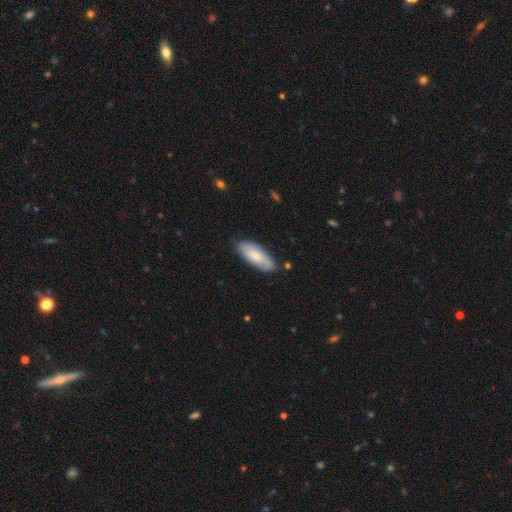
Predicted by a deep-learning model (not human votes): Smooth or featured: smooth — 64% (featured or disk — 31%)
How rounded: in between — 75% (cigar-shaped — 23%)
Merging: none — 81% (minor disturbance — 15%)